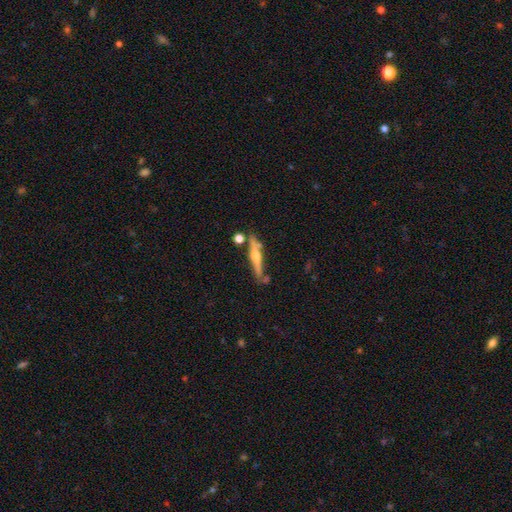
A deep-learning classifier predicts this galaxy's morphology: featured or disk 69%, smooth 25%, star or artifact 7%. Down the decision tree: edge-on disk — yes (95%); edge-on bulge — rounded (89%); merging — none (74%).